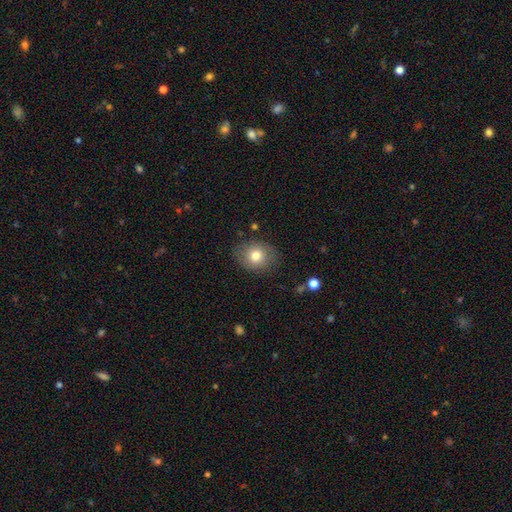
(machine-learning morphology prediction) Smooth or featured?
  - smooth: 76% *
  - featured or disk: 15%
  - star or artifact: 9%
How rounded?
  - round: 58% *
  - in between: 42%
  - cigar-shaped: 1%
Merging?
  - none: 82% *
  - minor disturbance: 13%
  - major disturbance: 4%
  - merger: 1%